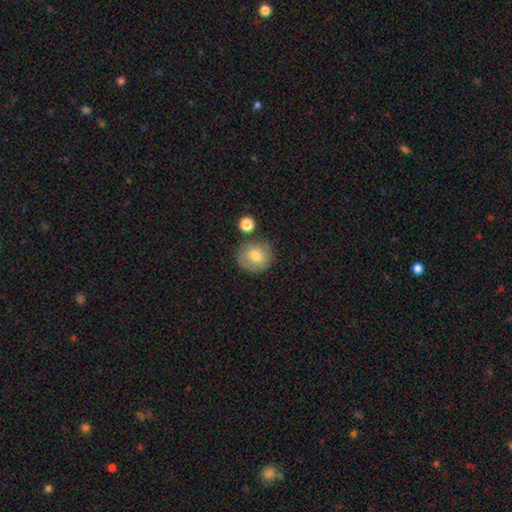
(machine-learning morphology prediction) smooth 73%, featured or disk 18%, star or artifact 8%. Down the decision tree: how rounded — round (87%); merging — none (73%).